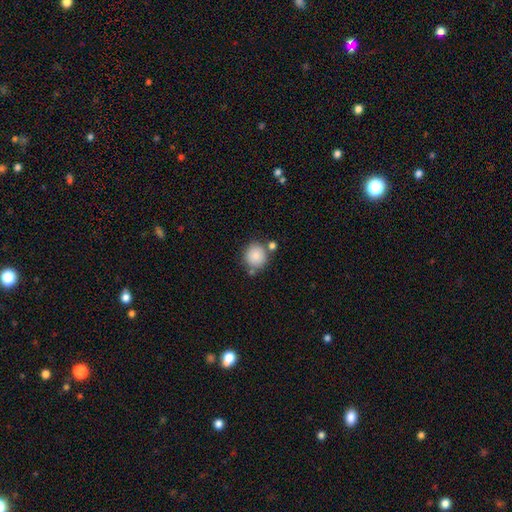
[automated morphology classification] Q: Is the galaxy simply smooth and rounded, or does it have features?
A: smooth — 86%.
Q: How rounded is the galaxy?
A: round — 88%.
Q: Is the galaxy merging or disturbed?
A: none — 71%.